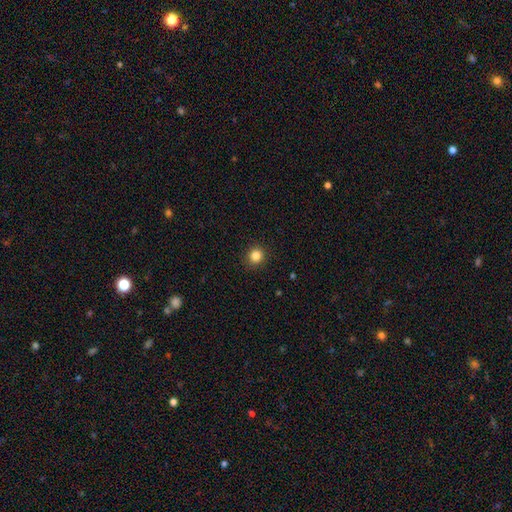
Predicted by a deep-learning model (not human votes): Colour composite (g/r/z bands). It shows a smooth galaxy with no disk features (84%) that is round (90%). Merging: none (91%).